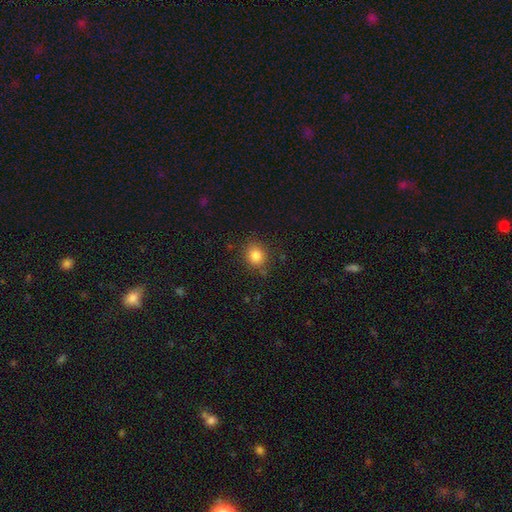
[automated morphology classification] smooth_or_featured: smooth (p=0.83) [alt: star or artifact p=0.11]
how_rounded: round (p=0.73) [alt: in between p=0.26]
merging: none (p=0.83) [alt: minor disturbance p=0.12]